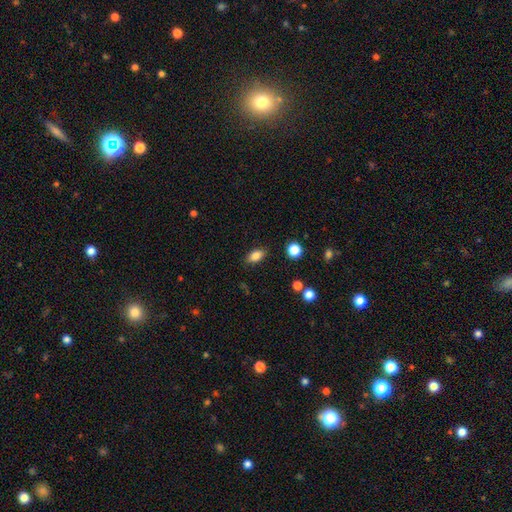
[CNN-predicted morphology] Smooth or featured?
  - smooth: 83% *
  - star or artifact: 9%
  - featured or disk: 7%
How rounded?
  - in between: 86% *
  - round: 9%
  - cigar-shaped: 5%
Merging?
  - none: 86% *
  - minor disturbance: 10%
  - major disturbance: 3%
  - merger: 1%